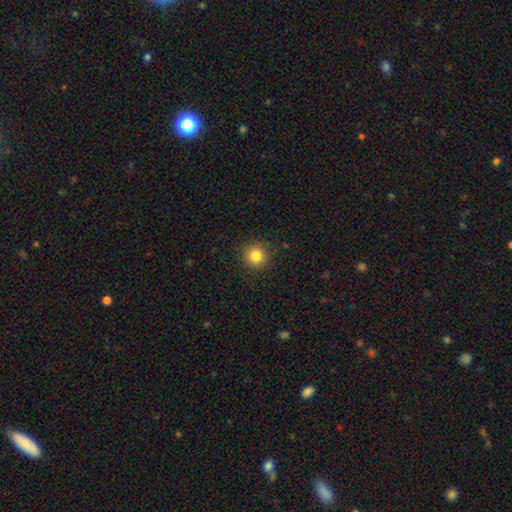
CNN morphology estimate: This is clearly a smooth galaxy (83%). How rounded: clearly round (94%). Merging: clearly none (90%).